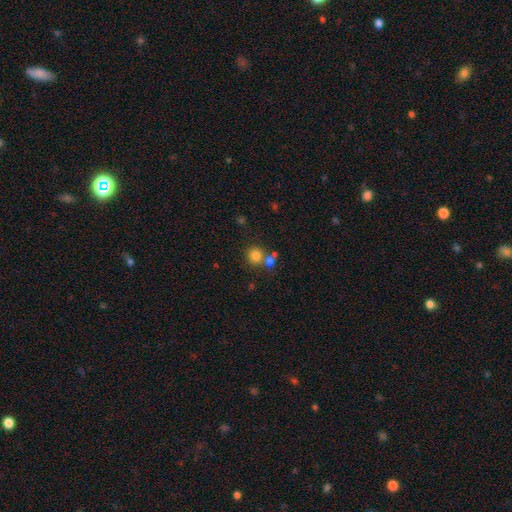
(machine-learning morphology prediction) Smooth or featured?
  - smooth: 80% *
  - star or artifact: 13%
  - featured or disk: 7%
How rounded?
  - round: 88% *
  - in between: 12%
  - cigar-shaped: 1%
Merging?
  - none: 62% *
  - merger: 26%
  - minor disturbance: 8%
  - major disturbance: 4%